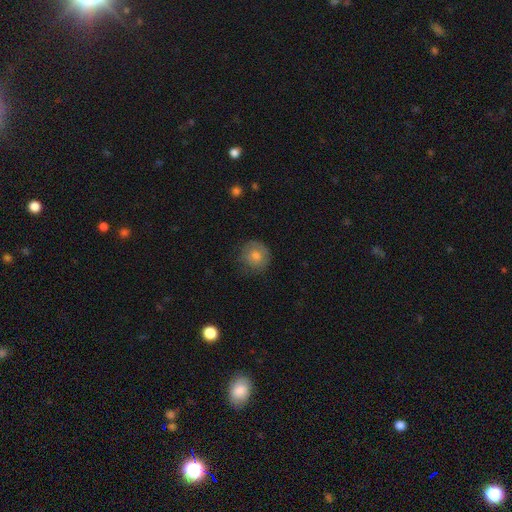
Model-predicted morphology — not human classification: A smooth galaxy with no disk features (69%) that is round (91%).

Vote fractions:
- Smooth or featured? smooth: 69% / featured or disk: 20% / star or artifact: 10%
- How rounded? round: 91% / in between: 8% / cigar-shaped: 1%
- Merging? none: 76% / minor disturbance: 17% / major disturbance: 5% / merger: 1%